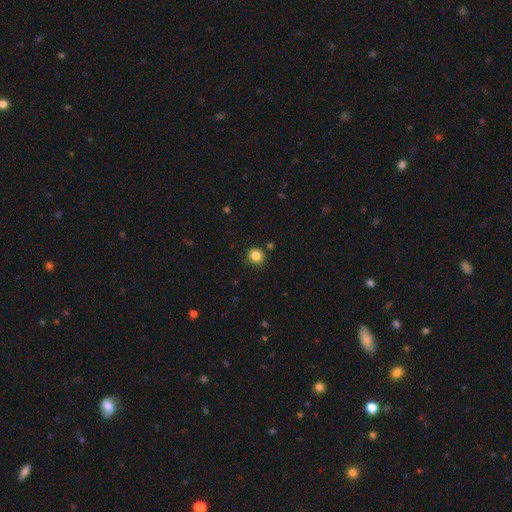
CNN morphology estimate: smooth 84%, star or artifact 11%, featured or disk 5%. Down the decision tree: how rounded — round (84%); merging — none (88%).